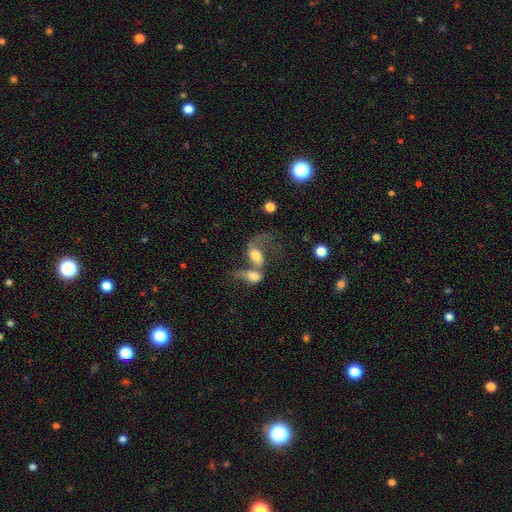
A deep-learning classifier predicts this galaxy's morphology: This is possibly a featured or disk galaxy (47%). Merging: likely merger (71%).